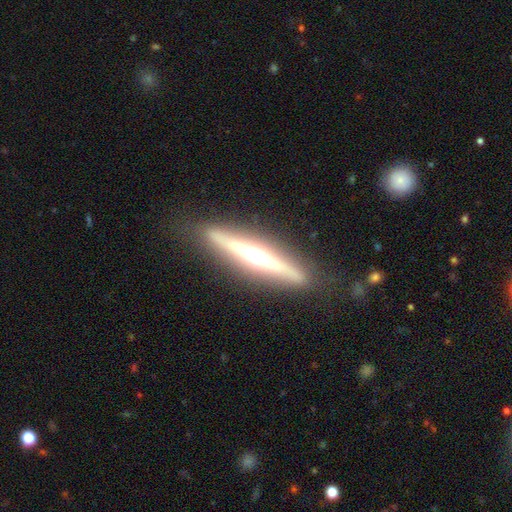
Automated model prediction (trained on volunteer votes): A featured or disk galaxy (75%) viewed edge-on (95%) with a rounded central bulge (81%). Merging: none (86%).